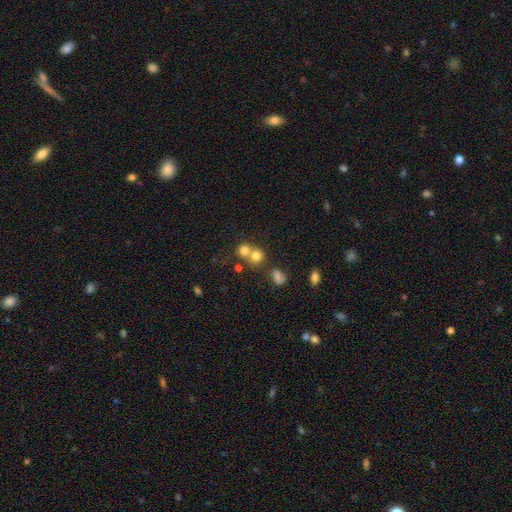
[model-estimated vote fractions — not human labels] smooth-or-featured: smooth: 74% | star or artifact: 14% | featured or disk: 12%
  how-rounded: round: 81% | in between: 18% | cigar-shaped: 1%
  merging: merger: 50% | none: 40% | minor disturbance: 6% | major disturbance: 3%